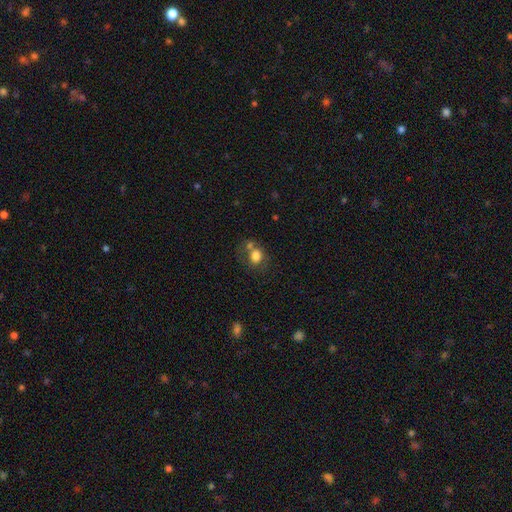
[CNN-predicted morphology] smooth-or-featured: smooth: 75% | featured or disk: 15% | star or artifact: 10%
  how-rounded: round: 57% | in between: 42% | cigar-shaped: 1%
  merging: none: 46% | merger: 28% | minor disturbance: 17% | major disturbance: 9%